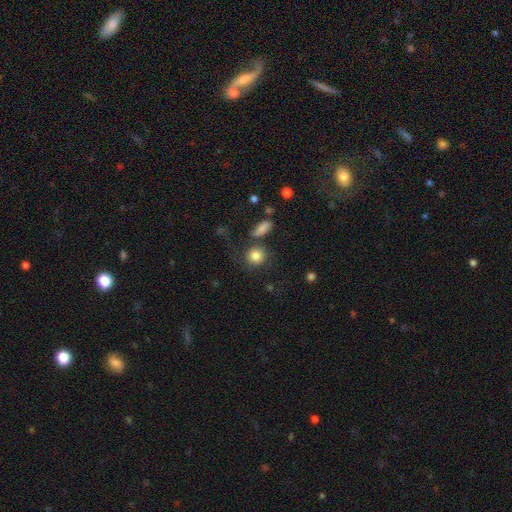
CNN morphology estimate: A smooth galaxy with no disk features (84%) that is round (86%).

Vote fractions:
- Smooth or featured? smooth: 84% / star or artifact: 9% / featured or disk: 7%
- How rounded? round: 86% / in between: 13% / cigar-shaped: 1%
- Merging? none: 70% / minor disturbance: 13% / merger: 11% / major disturbance: 6%